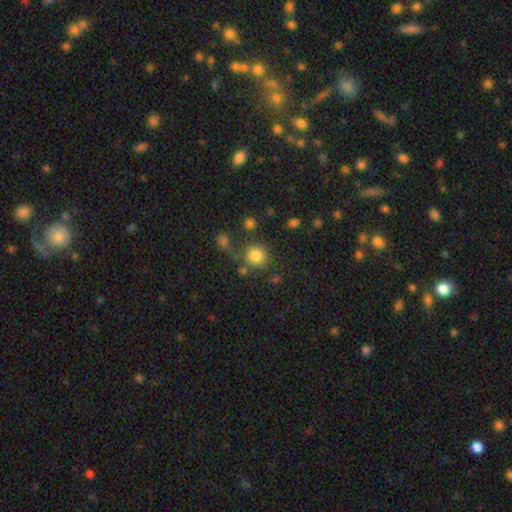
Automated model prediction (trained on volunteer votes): Smooth or featured? Predicted: smooth (p=0.82). How rounded? Predicted: round (p=0.87). Merging? Predicted: none (p=0.70).